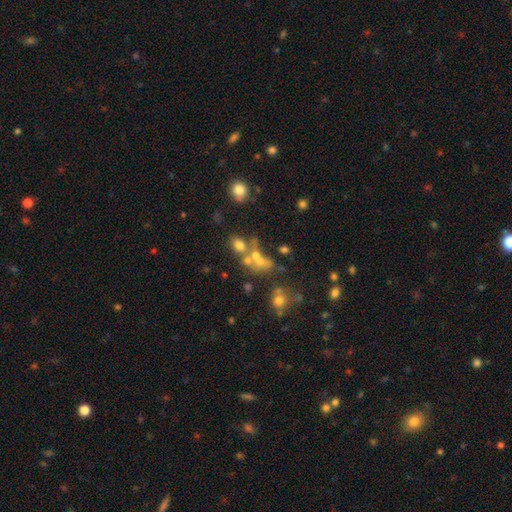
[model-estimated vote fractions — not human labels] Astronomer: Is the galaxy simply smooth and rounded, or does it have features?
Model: smooth — 50% (runner-up: featured or disk, 27%).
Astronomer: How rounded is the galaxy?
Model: round — 51% (runner-up: in between, 47%).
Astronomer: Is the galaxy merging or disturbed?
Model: merger — 49% (runner-up: none, 32%).